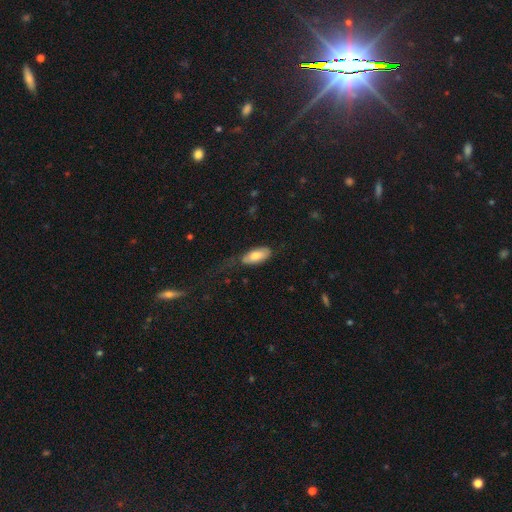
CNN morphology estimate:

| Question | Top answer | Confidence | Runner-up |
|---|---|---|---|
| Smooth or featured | smooth | 75% | featured or disk (19%) |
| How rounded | in between | 87% | cigar-shaped (11%) |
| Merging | none | 48% | minor disturbance (31%) |